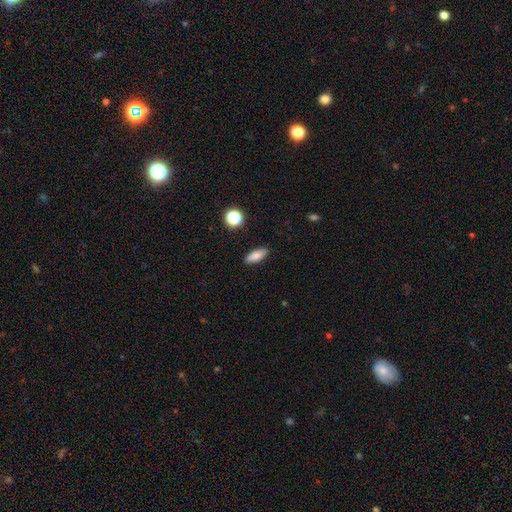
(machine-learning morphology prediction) A smooth galaxy with no disk features (83%) that is in between round and cigar-shaped (67%). Merging: none (89%).